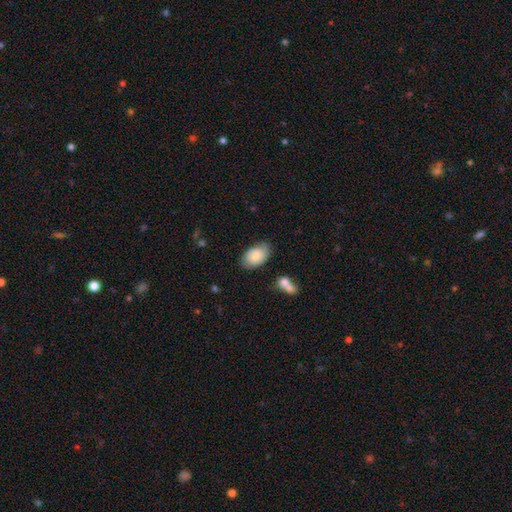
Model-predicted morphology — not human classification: Smooth or featured?
  - smooth: 79% *
  - featured or disk: 15%
  - star or artifact: 7%
How rounded?
  - in between: 92% *
  - round: 7%
  - cigar-shaped: 1%
Merging?
  - none: 71% *
  - minor disturbance: 21%
  - major disturbance: 5%
  - merger: 4%